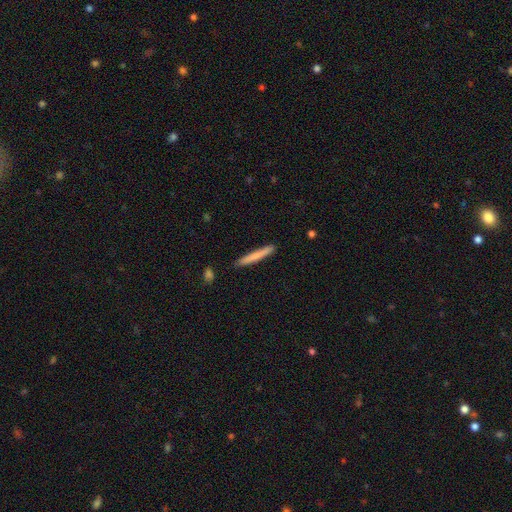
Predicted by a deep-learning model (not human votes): Morphology: type=smooth (74%); roundness=cigar-shaped (96%); merging=none (90%).